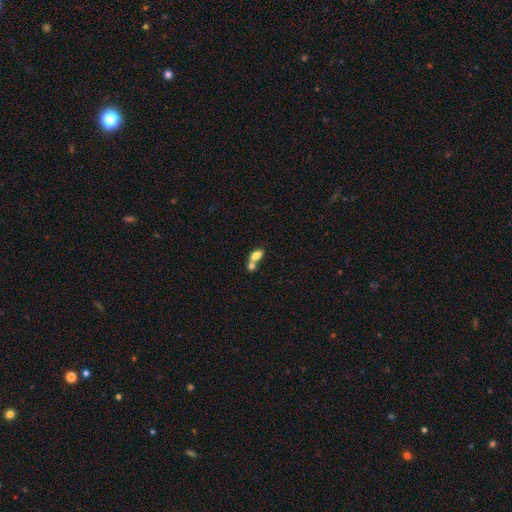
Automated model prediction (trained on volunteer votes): A smooth galaxy with no disk features (76%) that is in between round and cigar-shaped (83%).

Vote fractions:
- Smooth or featured? smooth: 76% / featured or disk: 15% / star or artifact: 8%
- How rounded? in between: 83% / round: 12% / cigar-shaped: 5%
- Merging? merger: 64% / none: 25% / minor disturbance: 8% / major disturbance: 4%